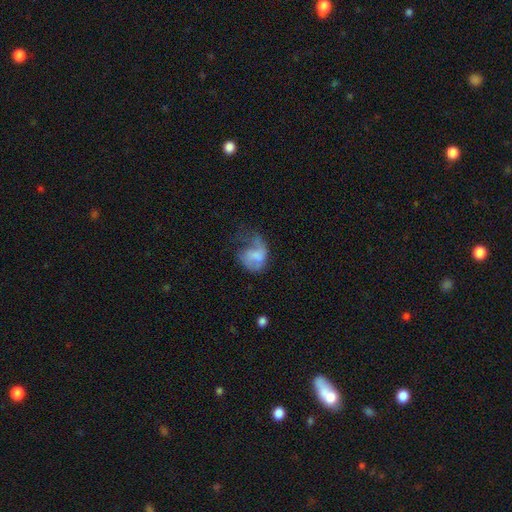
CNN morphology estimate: smooth-or-featured: smooth: 51% | featured or disk: 39% | star or artifact: 9%
  how-rounded: in between: 61% | round: 38% | cigar-shaped: 1%
  merging: major disturbance: 53% | minor disturbance: 23% | none: 20% | merger: 4%